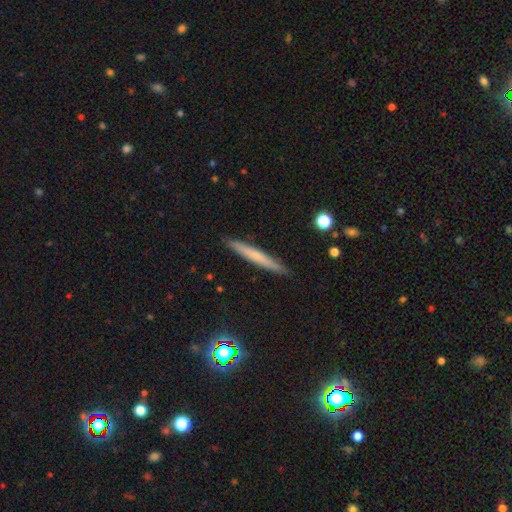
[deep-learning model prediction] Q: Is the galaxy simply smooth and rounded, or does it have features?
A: smooth — 57%.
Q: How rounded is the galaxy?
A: cigar-shaped — 96%.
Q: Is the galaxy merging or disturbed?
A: none — 91%.